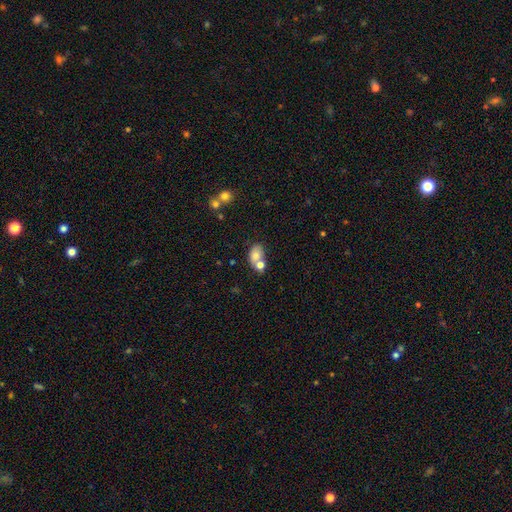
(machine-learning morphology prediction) Q: Smooth or featured?
A: smooth (73%); runner-up: featured or disk (17%)
Q: How rounded?
A: in between (77%); runner-up: round (22%)
Q: Merging?
A: merger (48%); runner-up: none (34%)